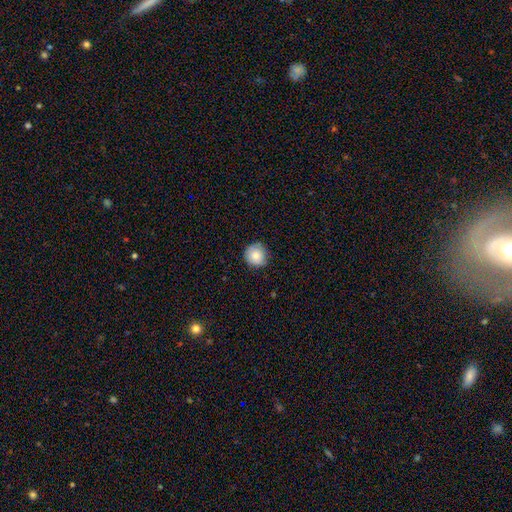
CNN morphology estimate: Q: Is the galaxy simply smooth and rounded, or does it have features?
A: smooth — 83%.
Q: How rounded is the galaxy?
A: round — 93%.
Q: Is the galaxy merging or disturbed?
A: none — 82%.